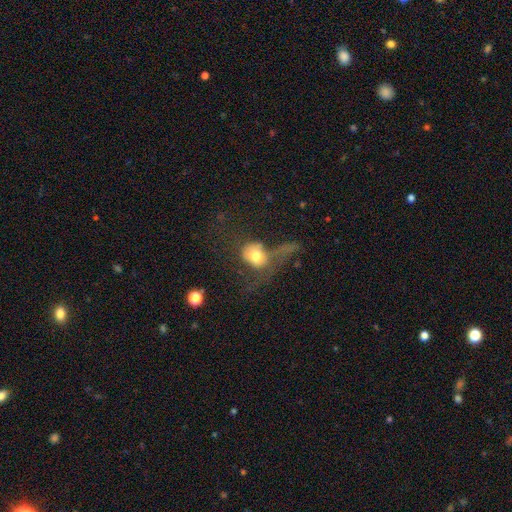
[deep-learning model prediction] Smooth or featured: smooth — 67% (featured or disk — 22%)
How rounded: round — 65% (in between — 33%)
Merging: major disturbance — 56% (none — 19%)